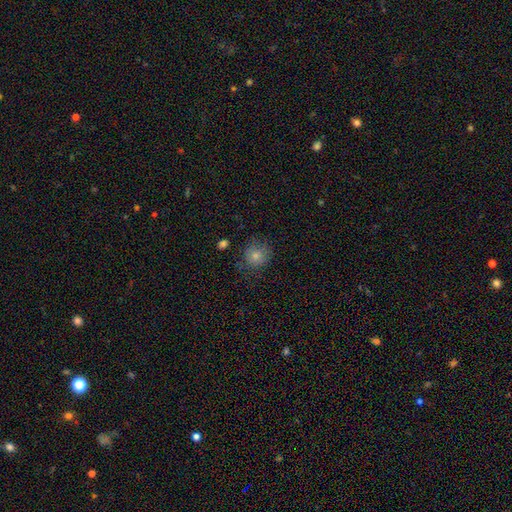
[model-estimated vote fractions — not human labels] Smooth or featured?
  - smooth: 68% *
  - star or artifact: 18%
  - featured or disk: 15%
How rounded?
  - round: 89% *
  - in between: 10%
  - cigar-shaped: 1%
Merging?
  - none: 77% *
  - minor disturbance: 16%
  - major disturbance: 5%
  - merger: 2%